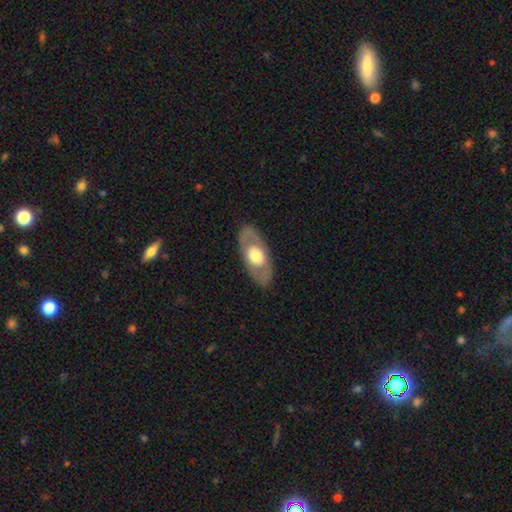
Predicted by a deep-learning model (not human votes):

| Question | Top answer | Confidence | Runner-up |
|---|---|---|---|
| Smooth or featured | featured or disk | 55% | smooth (41%) |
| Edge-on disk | no | 84% | yes (16%) |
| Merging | none | 84% | minor disturbance (10%) |